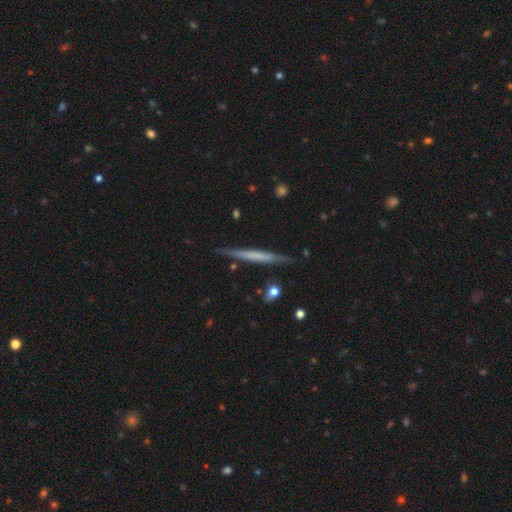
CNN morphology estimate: Overall: featured or disk (54%; smooth 41%). Edge-on disk: yes (96%). Edge-on bulge: none (77%). Merging: none (86%).